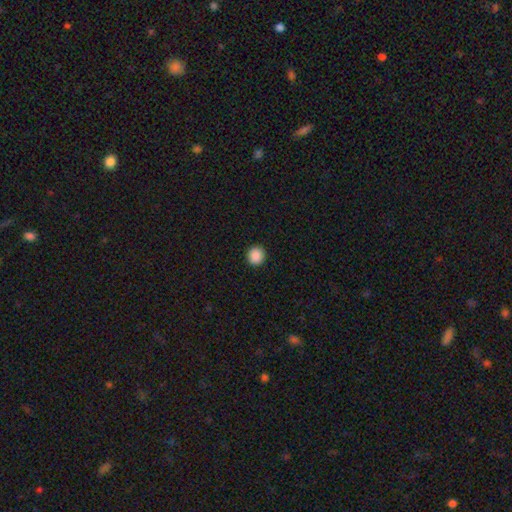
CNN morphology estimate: This is clearly a smooth galaxy (89%). How rounded: clearly round (91%). Merging: clearly none (93%).